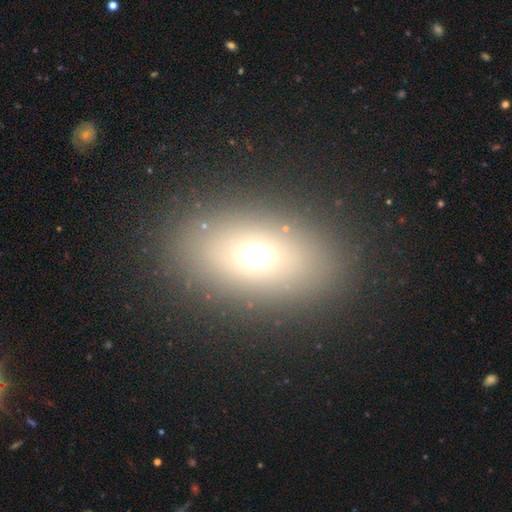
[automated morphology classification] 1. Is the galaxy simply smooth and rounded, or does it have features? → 63% smooth, 20% featured or disk, 17% star or artifact.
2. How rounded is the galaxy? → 78% in between, 18% round, 3% cigar-shaped.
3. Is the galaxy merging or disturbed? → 84% none, 9% minor disturbance, 5% major disturbance, 2% merger.